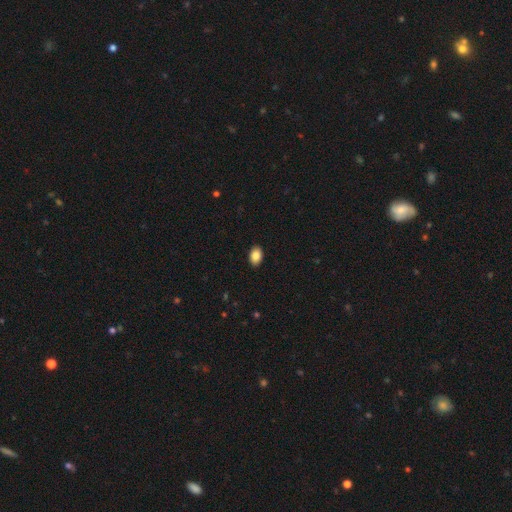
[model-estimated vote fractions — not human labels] Smooth or featured? smooth (87%)
How rounded? in between (85%)
Merging? none (91%)